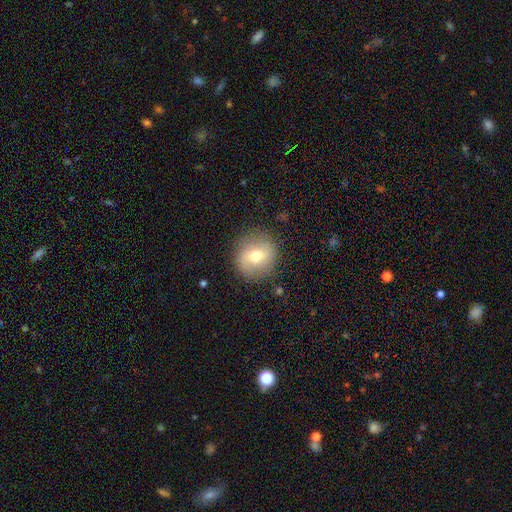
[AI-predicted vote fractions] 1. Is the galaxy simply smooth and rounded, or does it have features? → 58% smooth, 34% featured or disk, 8% star or artifact.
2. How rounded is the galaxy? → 85% round, 14% in between, 1% cigar-shaped.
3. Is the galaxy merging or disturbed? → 84% none, 11% minor disturbance, 4% major disturbance, 1% merger.